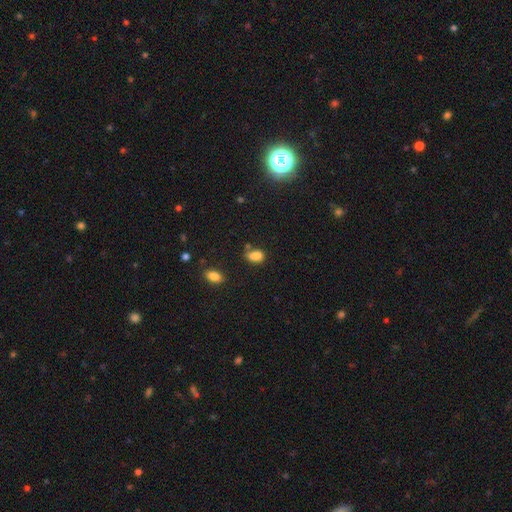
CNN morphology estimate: smooth 82%, star or artifact 12%, featured or disk 6%. Down the decision tree: how rounded — in between (82%); merging — none (52%).